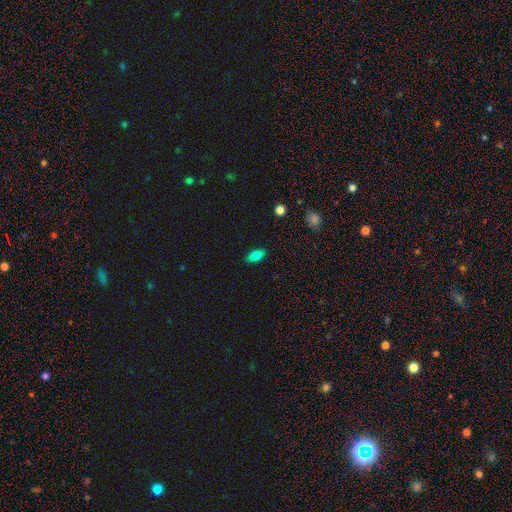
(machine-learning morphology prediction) smooth 82%, featured or disk 10%, star or artifact 9%. Down the decision tree: how rounded — in between (87%); merging — none (87%).